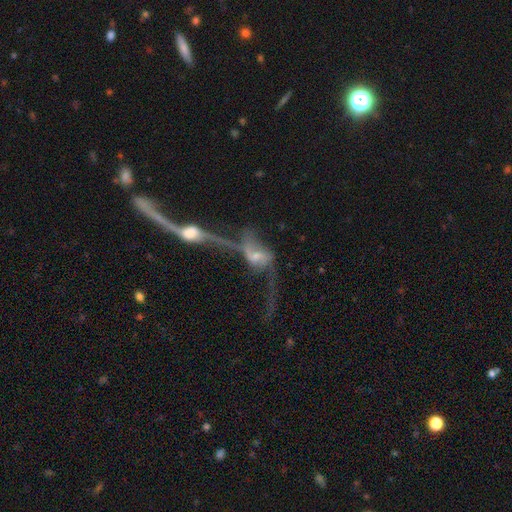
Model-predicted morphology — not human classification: A featured or disk galaxy (71%) with no bar (54%), spiral arms (69%) and a small central bulge (40%). Merging: merger (64%).